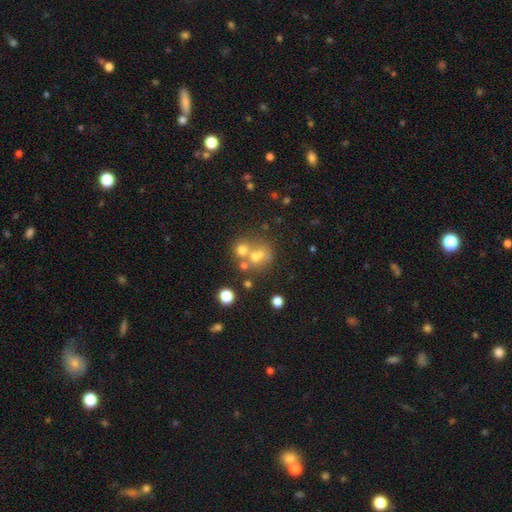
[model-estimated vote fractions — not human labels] This appears to be a smooth galaxy with no disk features (53%) that is round (70%). Merging: merger (45%).